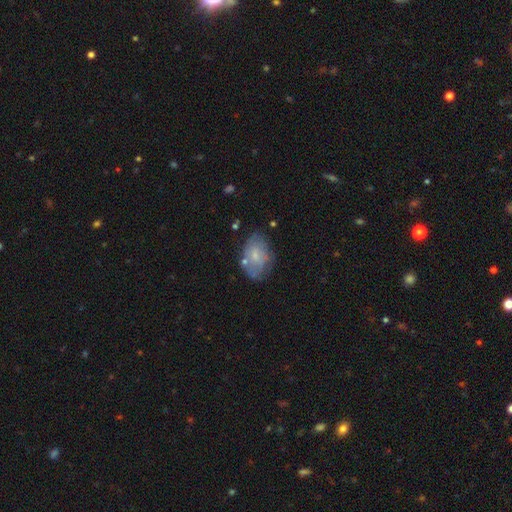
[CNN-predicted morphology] Overall: smooth (55%; featured or disk 37%). How rounded: in between (87%). Merging: none (59%; minor disturbance 25%).